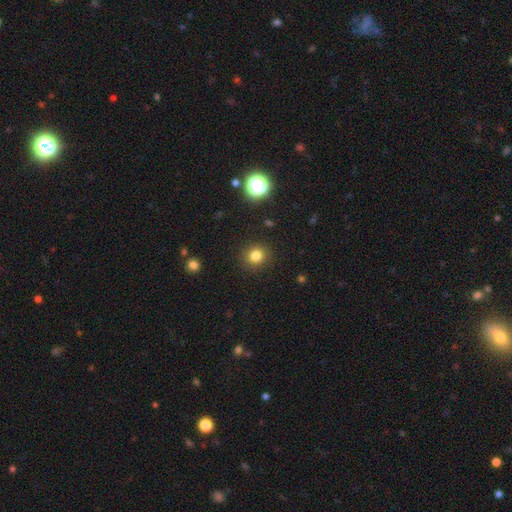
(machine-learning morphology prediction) A smooth galaxy with no disk features (81%) that is round (88%).

Vote fractions:
- Smooth or featured? smooth: 81% / star or artifact: 14% / featured or disk: 6%
- How rounded? round: 88% / in between: 11% / cigar-shaped: 1%
- Merging? none: 90% / minor disturbance: 6% / major disturbance: 2% / merger: 1%